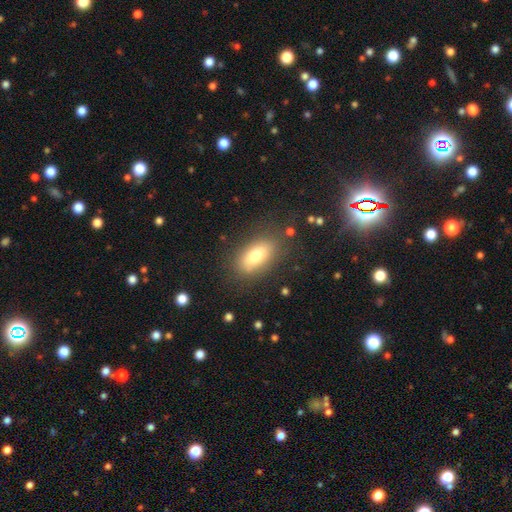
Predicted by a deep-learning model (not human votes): Q: Smooth or featured?
A: smooth (74%); runner-up: featured or disk (17%)
Q: How rounded?
A: in between (87%); runner-up: round (7%)
Q: Merging?
A: none (79%); runner-up: minor disturbance (13%)